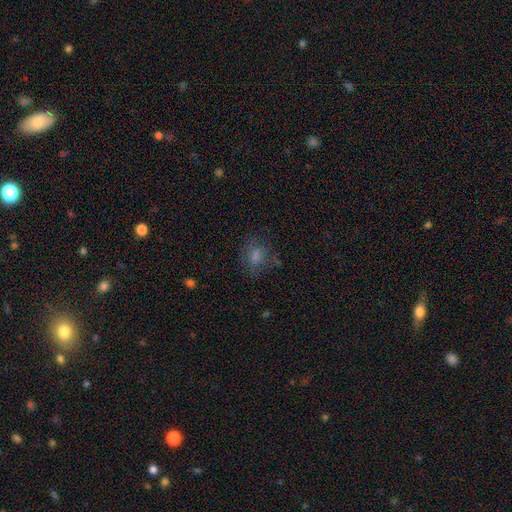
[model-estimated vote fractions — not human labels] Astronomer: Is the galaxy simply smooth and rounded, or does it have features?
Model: smooth — 55%.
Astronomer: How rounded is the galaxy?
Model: round — 50% (runner-up: in between, 48%).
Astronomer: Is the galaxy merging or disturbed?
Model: none — 71%.